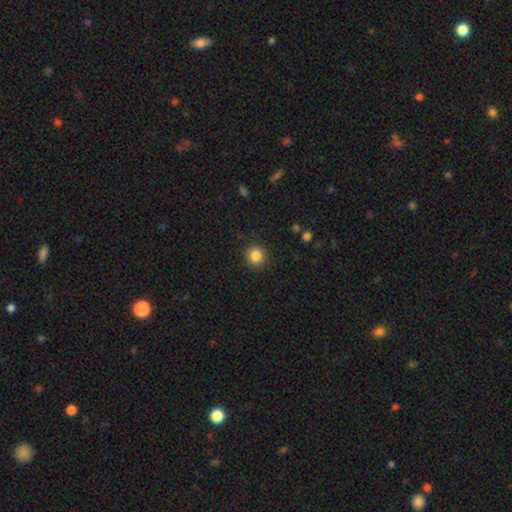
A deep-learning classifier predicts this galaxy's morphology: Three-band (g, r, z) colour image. It shows a smooth galaxy with no disk features (85%) that is round (92%). Merging: none (91%).